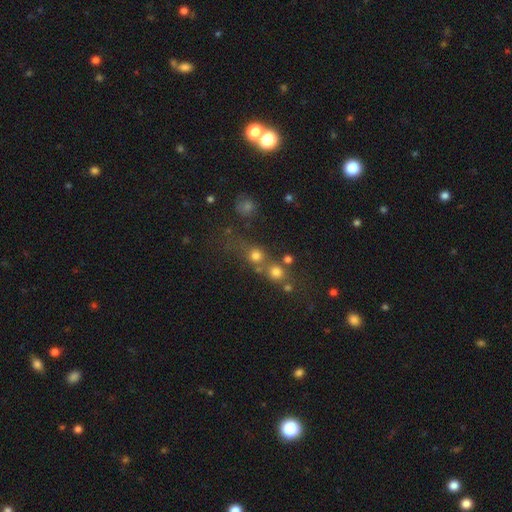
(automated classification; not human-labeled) This is likely a smooth galaxy (69%). How rounded: clearly round (87%). Merging: possibly none (49%).